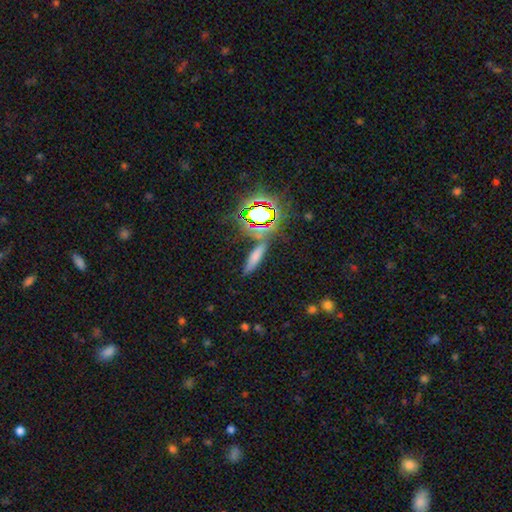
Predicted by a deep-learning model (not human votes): Smooth or featured? Predicted: smooth (p=0.61). How rounded? Predicted: cigar-shaped (p=0.74). Merging? Predicted: none (p=0.75).